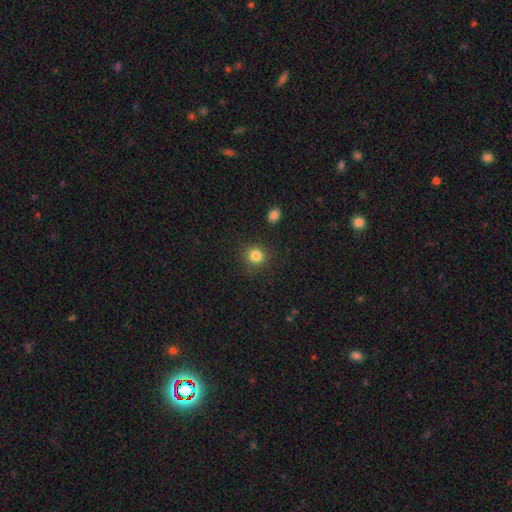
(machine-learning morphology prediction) A smooth galaxy with no disk features (84%) that is round (92%).

Vote fractions:
- Smooth or featured? smooth: 84% / star or artifact: 12% / featured or disk: 5%
- How rounded? round: 92% / in between: 7% / cigar-shaped: 1%
- Merging? none: 89% / minor disturbance: 7% / major disturbance: 3% / merger: 2%